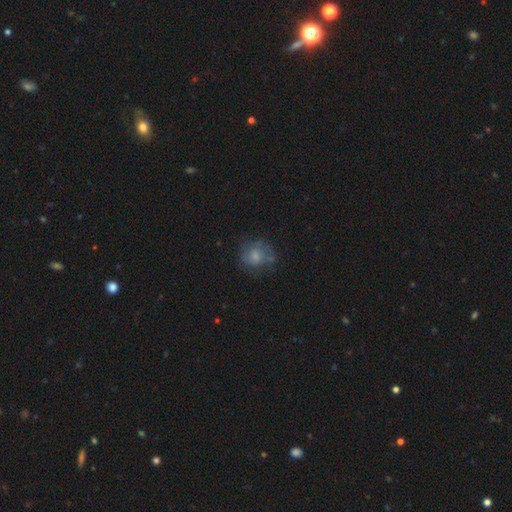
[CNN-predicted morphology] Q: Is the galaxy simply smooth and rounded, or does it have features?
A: smooth — 64%.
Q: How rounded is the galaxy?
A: round — 78%.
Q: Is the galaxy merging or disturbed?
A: none — 63%.